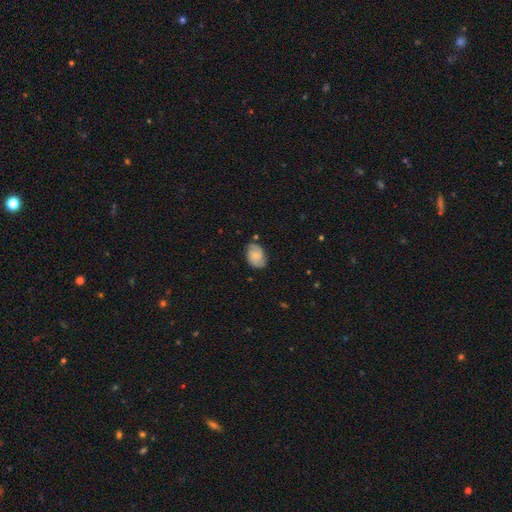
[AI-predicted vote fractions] Smooth or featured? Predicted: featured or disk (p=0.54). Edge-on disk? Predicted: no (p=0.97). Bar? Predicted: no (p=0.62). Spiral arms? Predicted: yes (p=0.91). Bulge size? Predicted: small (p=0.53). Merging? Predicted: none (p=0.72).